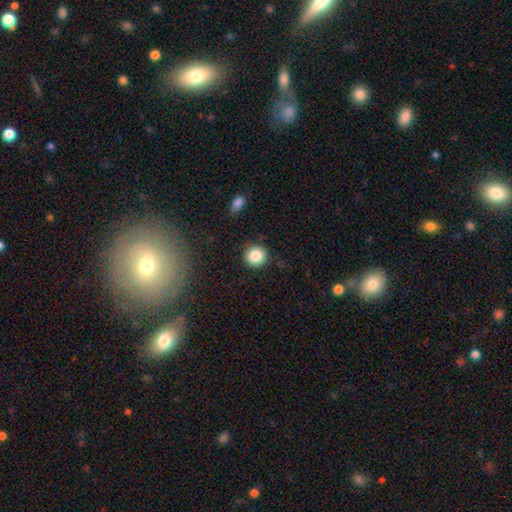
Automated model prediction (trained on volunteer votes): Smooth or featured?
  - smooth: 85% *
  - star or artifact: 10%
  - featured or disk: 5%
How rounded?
  - round: 92% *
  - in between: 7%
  - cigar-shaped: 1%
Merging?
  - none: 89% *
  - minor disturbance: 7%
  - major disturbance: 2%
  - merger: 2%